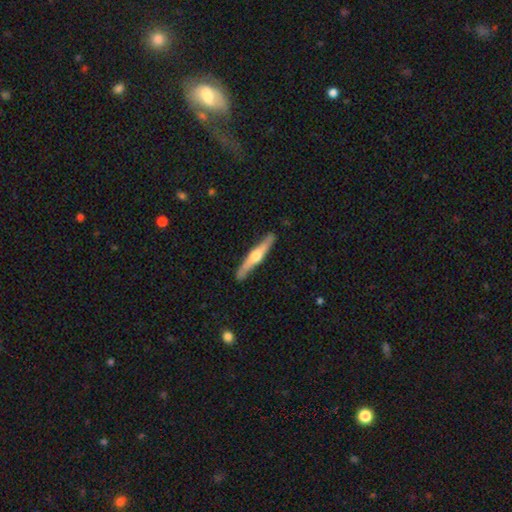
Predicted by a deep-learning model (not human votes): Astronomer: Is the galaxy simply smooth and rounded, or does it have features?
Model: featured or disk — 68%.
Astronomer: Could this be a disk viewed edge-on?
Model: yes — 96%.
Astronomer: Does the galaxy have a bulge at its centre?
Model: rounded — 93%.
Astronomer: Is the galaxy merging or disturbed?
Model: none — 89%.